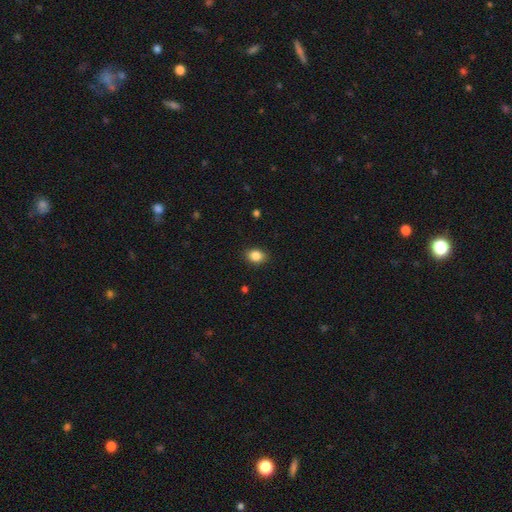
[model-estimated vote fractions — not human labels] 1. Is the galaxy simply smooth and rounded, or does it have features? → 86% smooth, 9% star or artifact, 5% featured or disk.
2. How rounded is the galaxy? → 70% in between, 29% round, 1% cigar-shaped.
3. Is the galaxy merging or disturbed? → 88% none, 9% minor disturbance, 2% major disturbance, 1% merger.